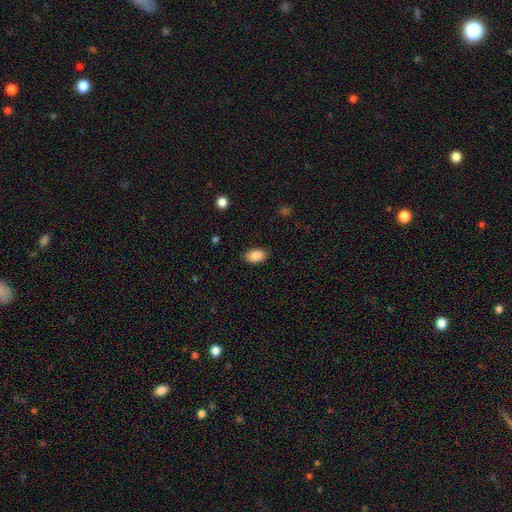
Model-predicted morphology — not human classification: This appears to be a smooth galaxy with no disk features (88%) that is in between round and cigar-shaped (92%). Merging: none (87%).